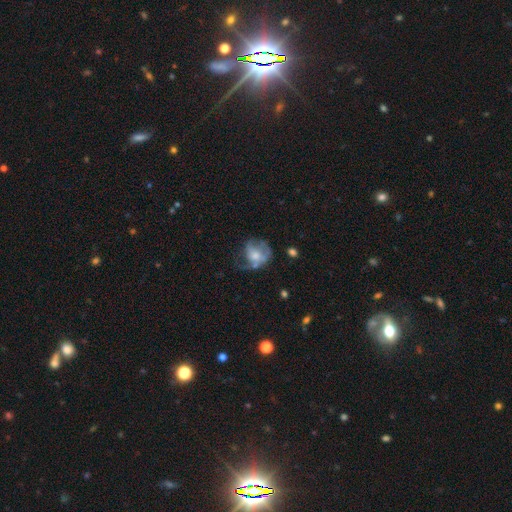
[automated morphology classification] This appears to be a featured or disk galaxy (50%). Merging: major disturbance (40%).